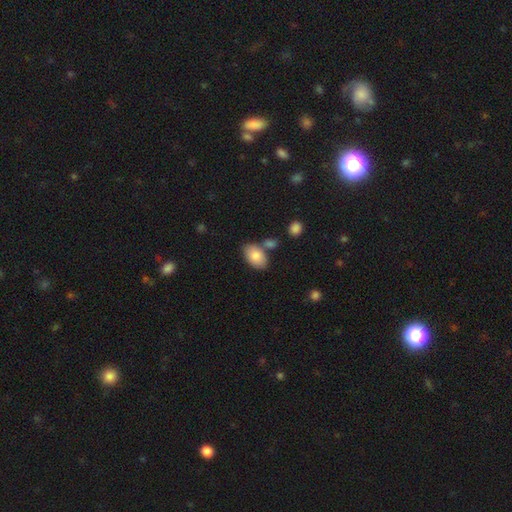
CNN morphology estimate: smooth 83%, featured or disk 10%, star or artifact 6%. Down the decision tree: how rounded — in between (93%); merging — none (67%).